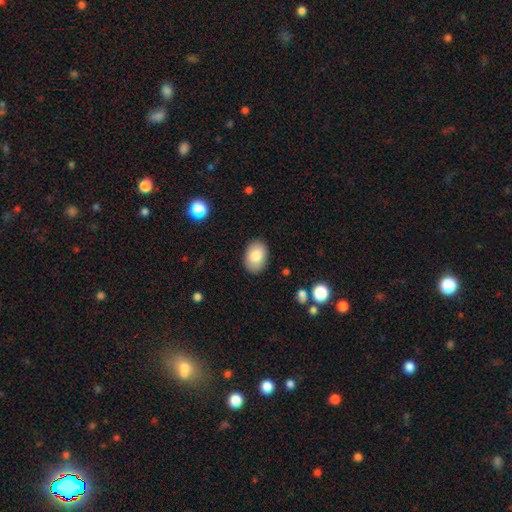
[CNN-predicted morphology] Smooth or featured? Predicted: smooth (p=0.83). How rounded? Predicted: in between (p=0.85). Merging? Predicted: none (p=0.87).